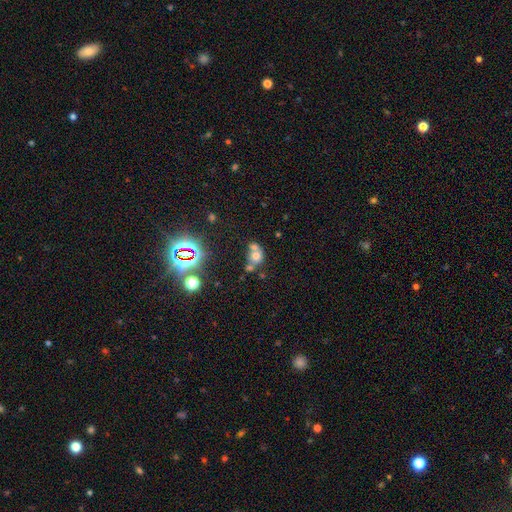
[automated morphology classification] Smooth or featured? smooth (60%)
How rounded? round (66%)
Merging? merger (51%)